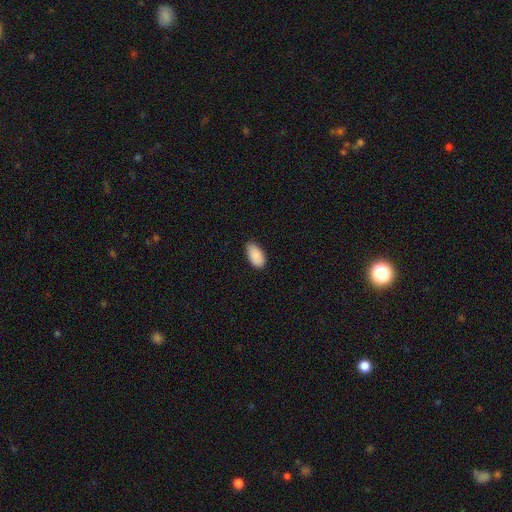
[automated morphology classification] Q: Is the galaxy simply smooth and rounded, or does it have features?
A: smooth — 90%.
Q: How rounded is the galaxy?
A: in between — 95%.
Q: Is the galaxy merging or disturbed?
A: none — 77%.